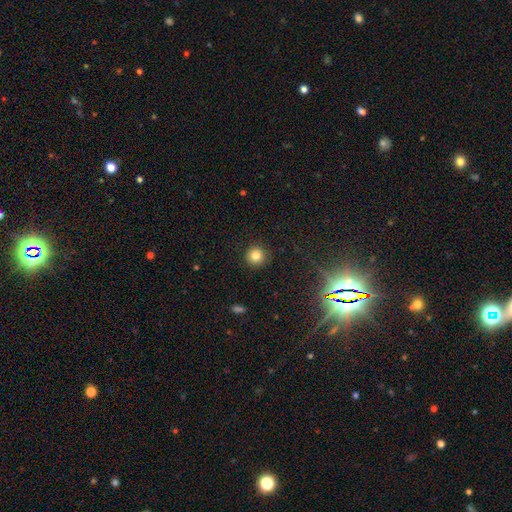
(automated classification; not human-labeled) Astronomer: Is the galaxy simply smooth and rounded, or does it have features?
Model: smooth — 81%.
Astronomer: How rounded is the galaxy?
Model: round — 94%.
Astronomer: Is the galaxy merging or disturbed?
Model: none — 91%.